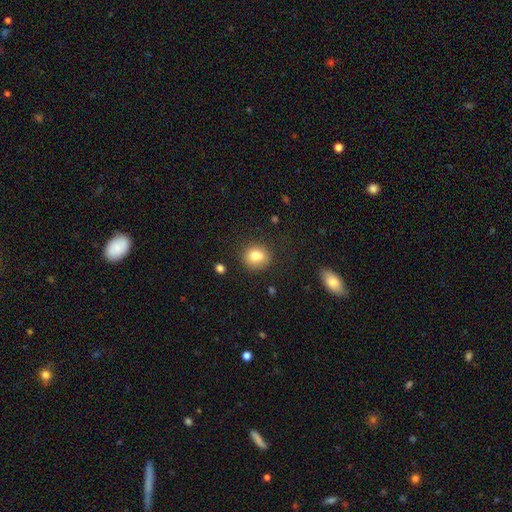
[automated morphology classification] A smooth galaxy with no disk features (78%) that is round (78%).

Vote fractions:
- Smooth or featured? smooth: 78% / featured or disk: 11% / star or artifact: 11%
- How rounded? round: 78% / in between: 21% / cigar-shaped: 1%
- Merging? none: 72% / minor disturbance: 15% / merger: 8% / major disturbance: 4%